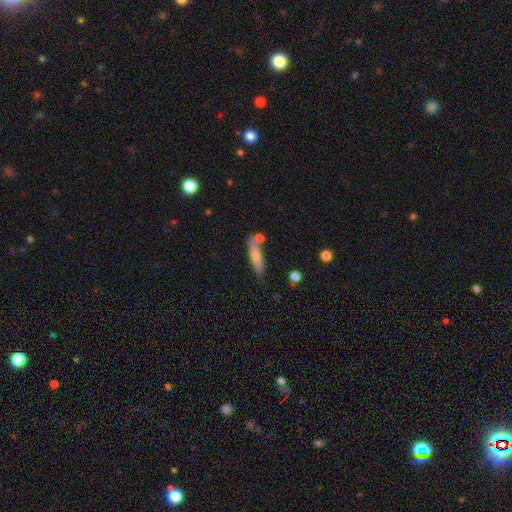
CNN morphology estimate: Overall: smooth (70%). How rounded: cigar-shaped (76%). Merging: none (62%).